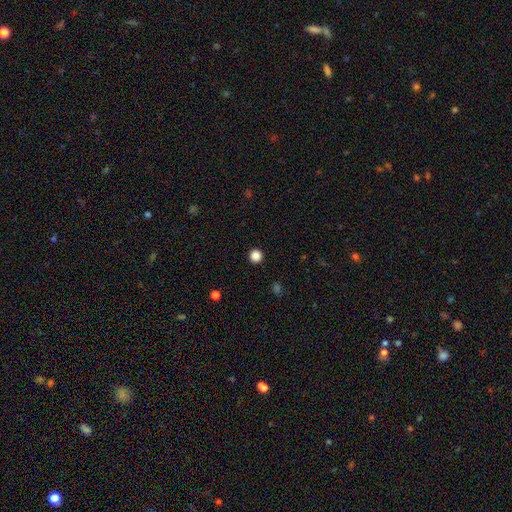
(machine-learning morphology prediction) smooth 86%, star or artifact 12%, featured or disk 3%. Down the decision tree: how rounded — round (96%); merging — none (94%).